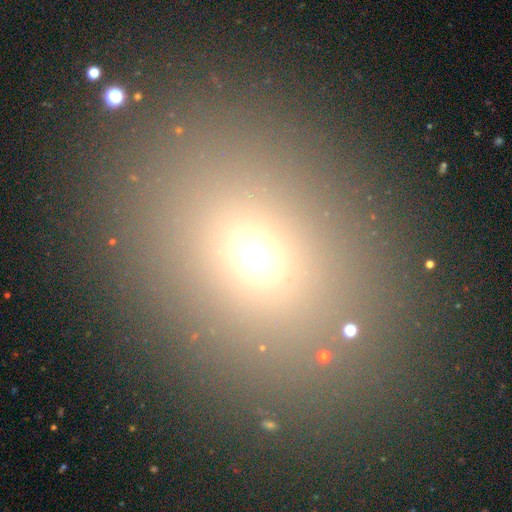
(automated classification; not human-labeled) Morphology: type=smooth (66%); roundness=in between (54%); merging=none (83%).